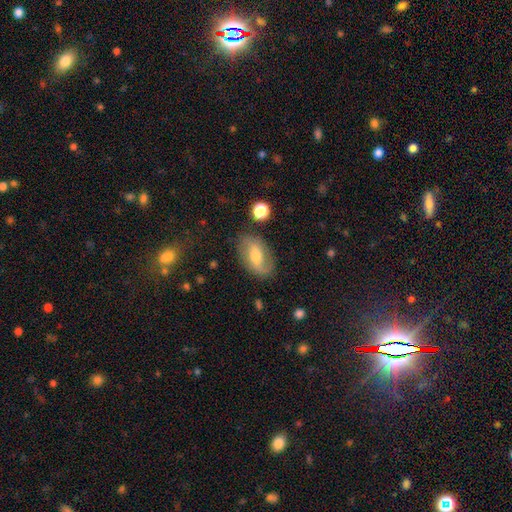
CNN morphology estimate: Smooth or featured? Predicted: featured or disk (p=0.51). Edge-on disk? Predicted: no (p=0.92). Merging? Predicted: none (p=0.74).